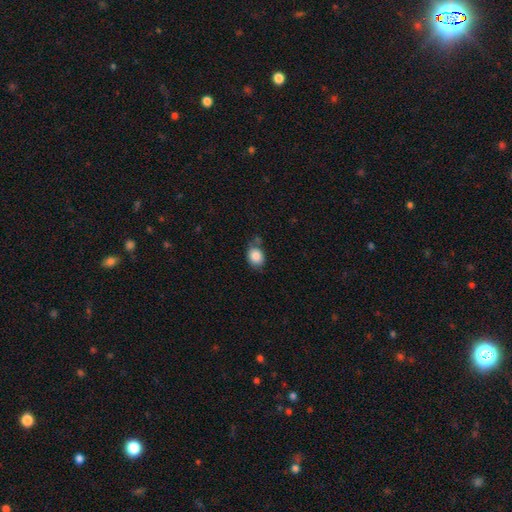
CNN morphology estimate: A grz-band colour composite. It shows a smooth galaxy with no disk features (85%) that is in between round and cigar-shaped (56%). Merging: none (62%).